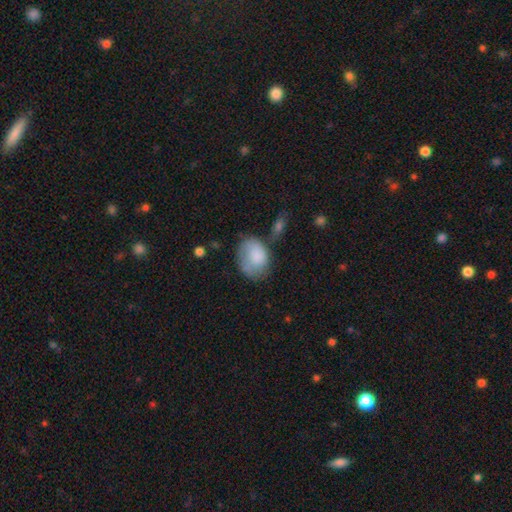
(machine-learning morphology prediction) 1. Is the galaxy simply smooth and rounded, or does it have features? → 76% smooth, 17% featured or disk, 7% star or artifact.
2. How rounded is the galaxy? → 66% in between, 33% round, 1% cigar-shaped.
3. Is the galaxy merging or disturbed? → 44% none, 28% minor disturbance, 16% major disturbance, 12% merger.